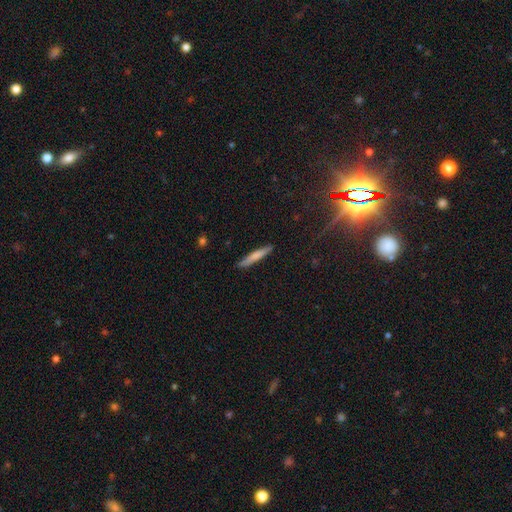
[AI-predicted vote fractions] Q: Smooth or featured?
A: smooth (70%); runner-up: featured or disk (25%)
Q: How rounded?
A: cigar-shaped (94%); runner-up: in between (5%)
Q: Merging?
A: none (88%); runner-up: minor disturbance (9%)